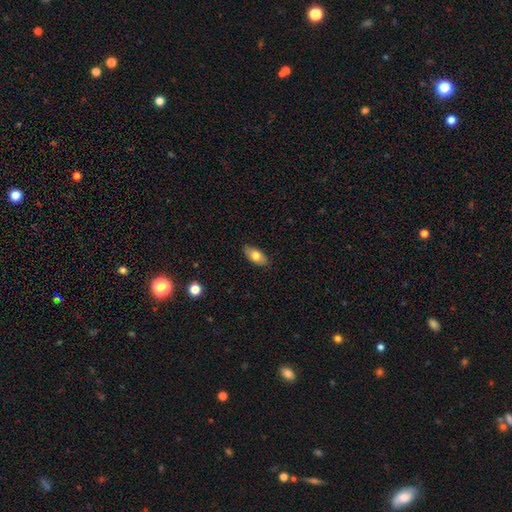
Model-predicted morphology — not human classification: This is likely a smooth galaxy (74%). How rounded: clearly in between (88%). Merging: clearly none (87%).